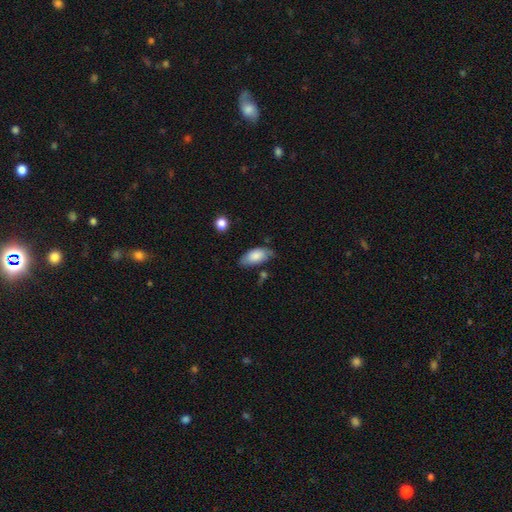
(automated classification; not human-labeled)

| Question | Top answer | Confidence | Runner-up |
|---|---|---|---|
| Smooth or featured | smooth | 78% | featured or disk (16%) |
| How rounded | in between | 92% | cigar-shaped (5%) |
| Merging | none | 60% | minor disturbance (29%) |